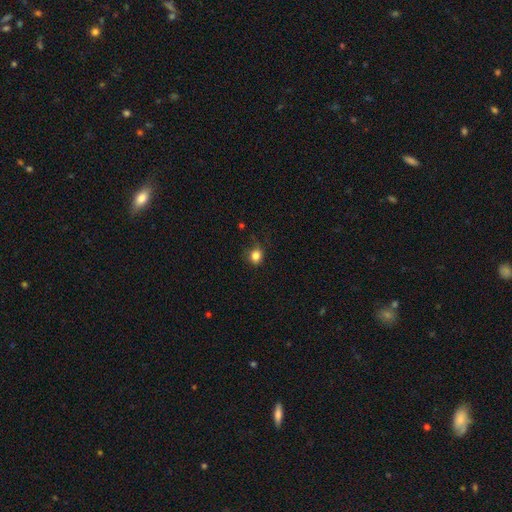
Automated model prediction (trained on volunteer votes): A smooth galaxy with no disk features (83%) that is round (71%).

Vote fractions:
- Smooth or featured? smooth: 83% / star or artifact: 12% / featured or disk: 5%
- How rounded? round: 71% / in between: 28% / cigar-shaped: 1%
- Merging? none: 74% / minor disturbance: 20% / major disturbance: 5% / merger: 1%